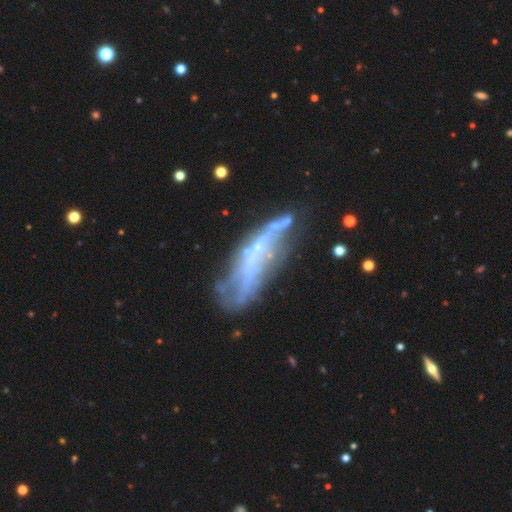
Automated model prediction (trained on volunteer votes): smooth-or-featured: featured or disk: 65% | smooth: 22% | star or artifact: 13%
  disk-edge-on: no: 69% | yes: 31%
  merging: none: 40% | major disturbance: 26% | minor disturbance: 22% | merger: 12%